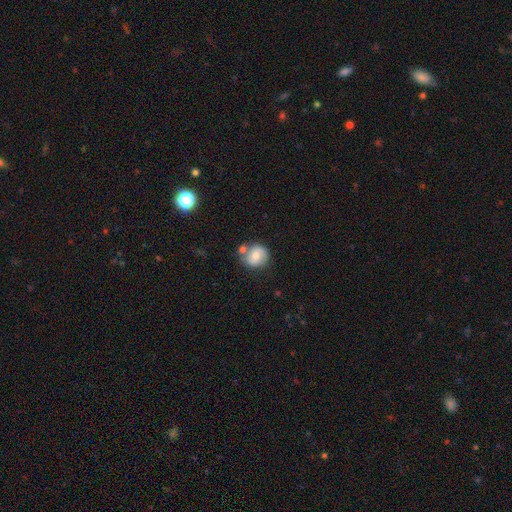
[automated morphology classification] Smooth or featured?
  - smooth: 57% *
  - featured or disk: 34%
  - star or artifact: 9%
How rounded?
  - round: 81% *
  - in between: 18%
  - cigar-shaped: 1%
Merging?
  - none: 61% *
  - minor disturbance: 17%
  - merger: 16%
  - major disturbance: 5%